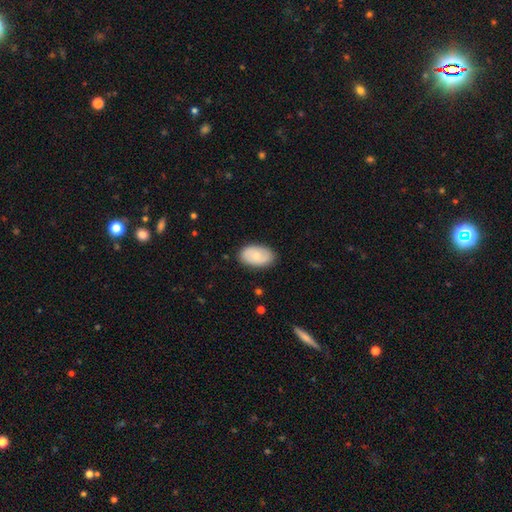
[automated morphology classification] Smooth or featured: smooth — 70% (featured or disk — 24%)
How rounded: in between — 93% (round — 6%)
Merging: none — 85% (minor disturbance — 12%)